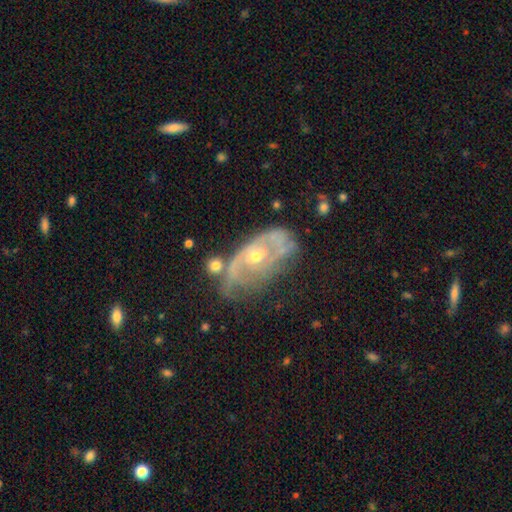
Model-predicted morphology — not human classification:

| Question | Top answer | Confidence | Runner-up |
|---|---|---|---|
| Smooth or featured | featured or disk | 77% | smooth (14%) |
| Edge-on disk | no | 93% | yes (7%) |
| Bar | no | 76% | weak (19%) |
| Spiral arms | yes | 76% | no (24%) |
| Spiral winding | tight | 53% | medium (32%) |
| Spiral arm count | can't tell | 42% | 2 (33%) |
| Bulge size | small | 50% | moderate (47%) |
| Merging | none | 45% | minor disturbance (28%) |